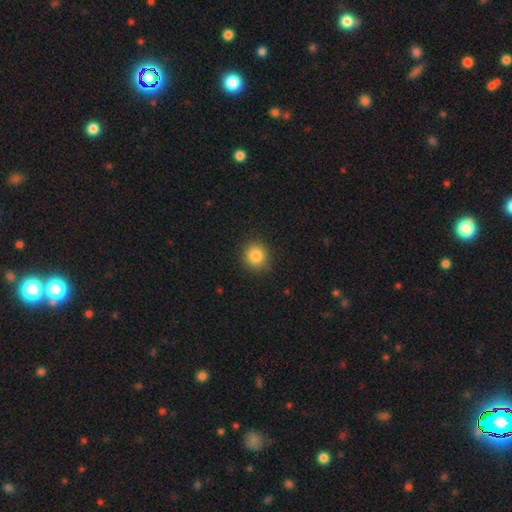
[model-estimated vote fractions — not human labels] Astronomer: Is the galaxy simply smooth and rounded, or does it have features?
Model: smooth — 85%.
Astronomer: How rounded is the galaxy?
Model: round — 87%.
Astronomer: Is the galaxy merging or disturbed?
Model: none — 87%.